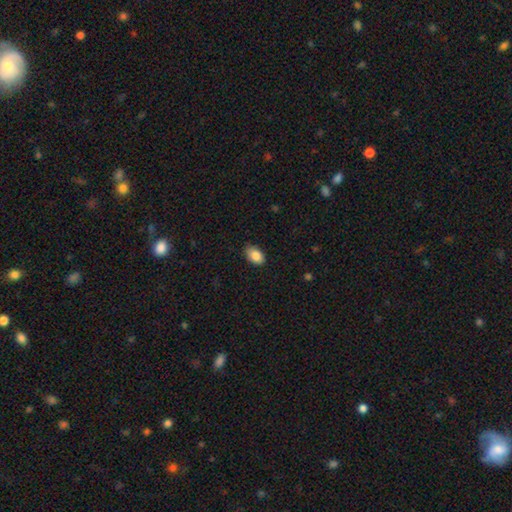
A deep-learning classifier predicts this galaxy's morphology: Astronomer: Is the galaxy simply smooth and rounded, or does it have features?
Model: smooth — 85%.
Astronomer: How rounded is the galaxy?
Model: in between — 90%.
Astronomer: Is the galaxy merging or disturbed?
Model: none — 83%.